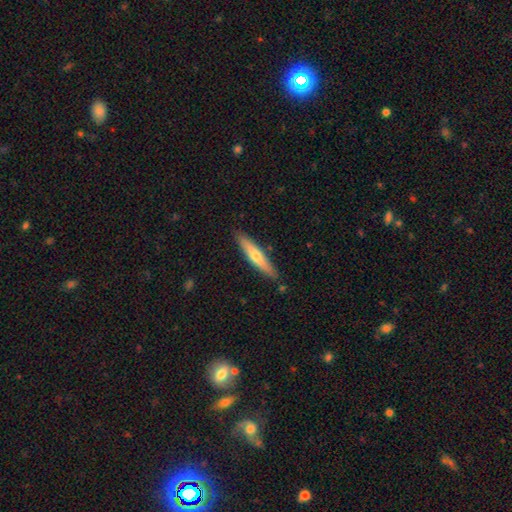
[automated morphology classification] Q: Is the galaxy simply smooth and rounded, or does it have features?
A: smooth — 54%.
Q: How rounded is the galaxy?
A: cigar-shaped — 88%.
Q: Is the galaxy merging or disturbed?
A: none — 86%.